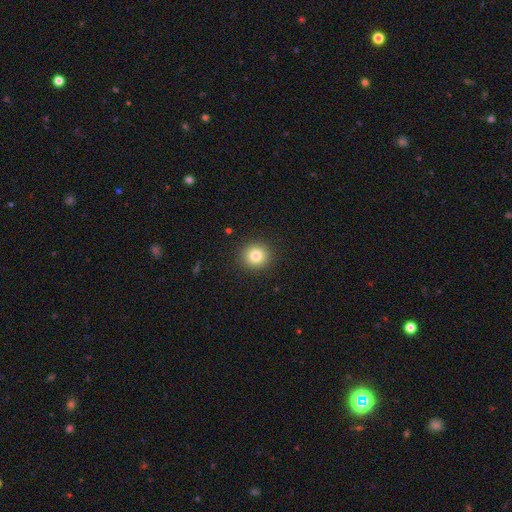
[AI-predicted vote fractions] This appears to be a smooth galaxy with no disk features (82%) that is round (90%). Merging: none (91%).